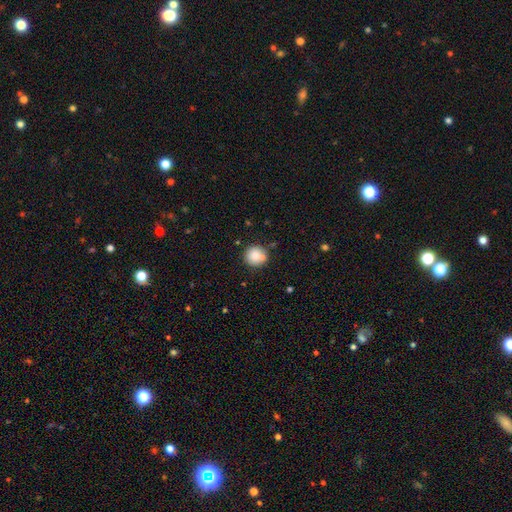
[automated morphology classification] smooth_or_featured: smooth (p=0.82) [alt: star or artifact p=0.09]
how_rounded: round (p=0.93) [alt: in between p=0.06]
merging: none (p=0.73) [alt: merger p=0.13]